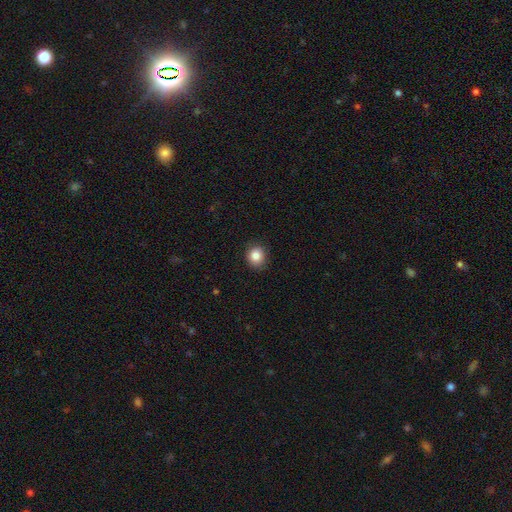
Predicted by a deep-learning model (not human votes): Overall: smooth (85%). How rounded: round (80%). Merging: none (89%).